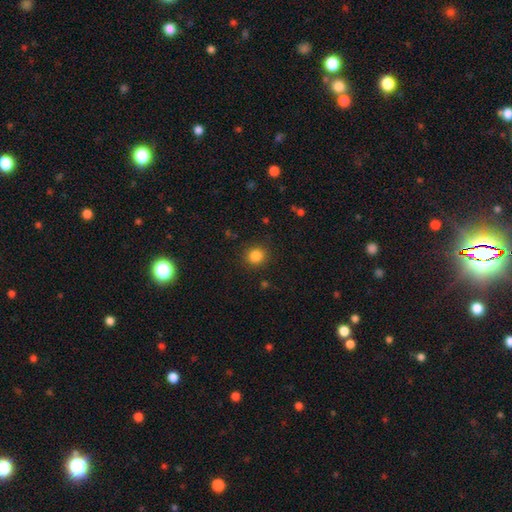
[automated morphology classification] This appears to be a smooth galaxy with no disk features (85%) that is round (89%). Merging: none (90%).